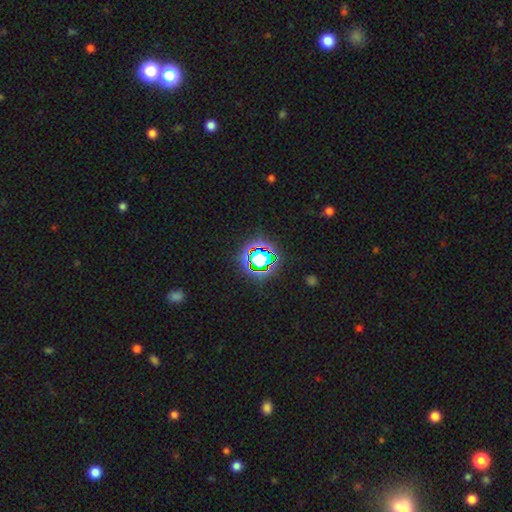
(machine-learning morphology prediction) This appears to be a star or artifact, not a galaxy (69%).